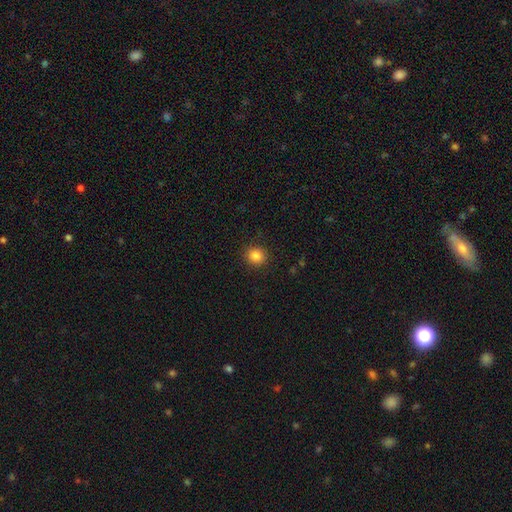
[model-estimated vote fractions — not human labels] Smooth or featured? smooth (84%)
How rounded? round (87%)
Merging? none (91%)